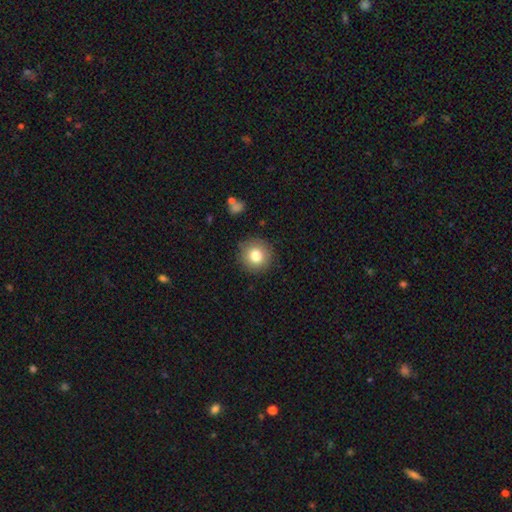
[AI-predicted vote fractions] This appears to be a smooth galaxy with no disk features (80%) that is round (94%). Merging: none (89%).